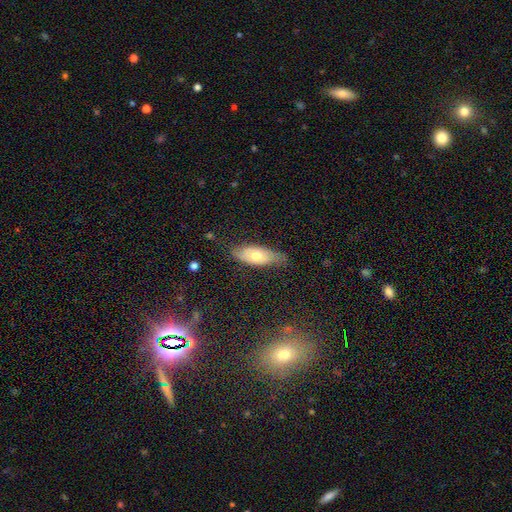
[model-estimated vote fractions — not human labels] Smooth or featured?
  - smooth: 61% *
  - featured or disk: 32%
  - star or artifact: 7%
How rounded?
  - in between: 80% *
  - cigar-shaped: 17%
  - round: 3%
Merging?
  - none: 59% *
  - minor disturbance: 31%
  - major disturbance: 8%
  - merger: 2%